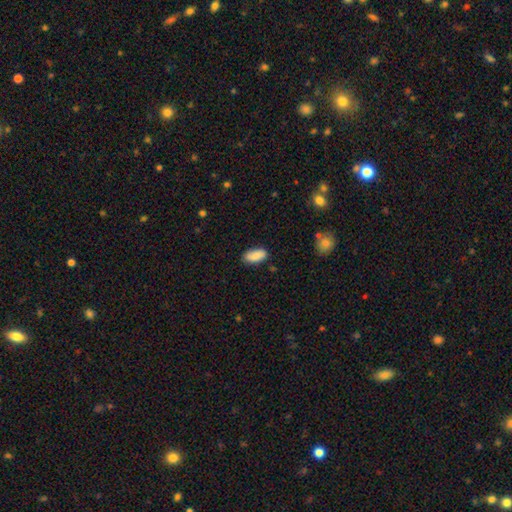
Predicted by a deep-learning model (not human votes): Smooth or featured?
  - smooth: 87% *
  - star or artifact: 7%
  - featured or disk: 6%
How rounded?
  - in between: 91% *
  - cigar-shaped: 6%
  - round: 2%
Merging?
  - none: 83% *
  - minor disturbance: 13%
  - major disturbance: 2%
  - merger: 1%